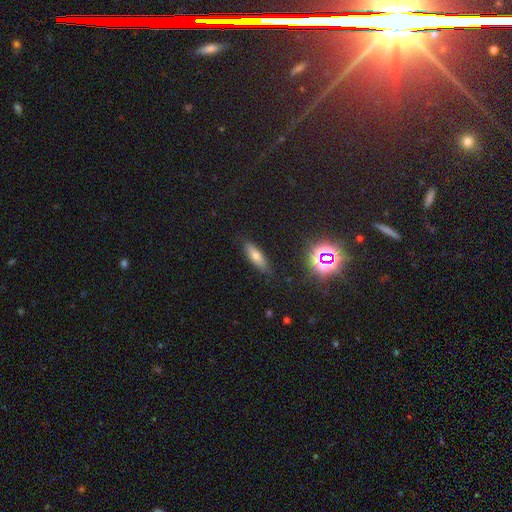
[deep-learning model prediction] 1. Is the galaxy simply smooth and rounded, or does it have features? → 61% smooth, 24% featured or disk, 15% star or artifact.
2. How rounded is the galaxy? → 50% cigar-shaped, 47% in between, 4% round.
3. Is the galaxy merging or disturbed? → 85% none, 11% minor disturbance, 2% major disturbance, 1% merger.